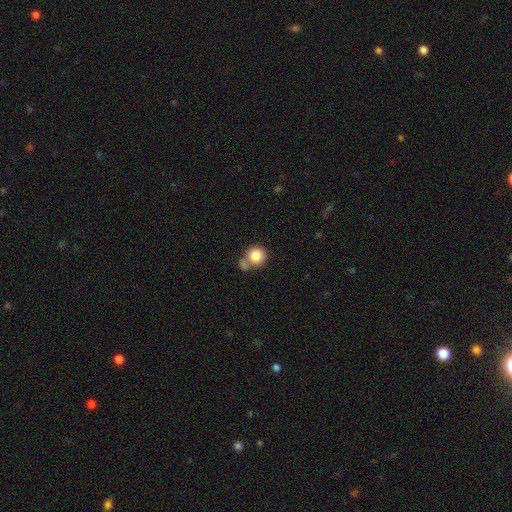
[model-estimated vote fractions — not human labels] This appears to be a smooth galaxy with no disk features (84%) that is round (89%). Merging: none (53%).